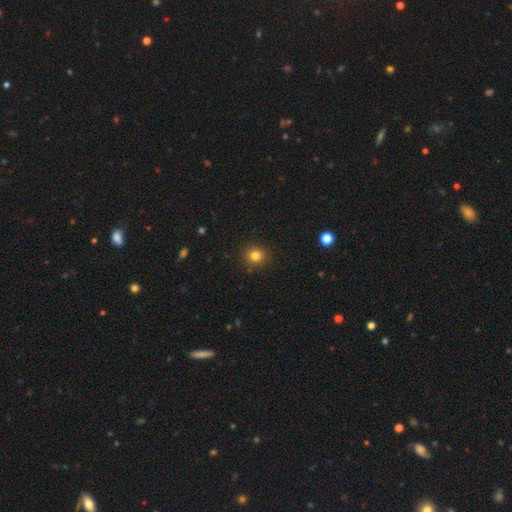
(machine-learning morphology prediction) A smooth galaxy with no disk features (81%) that is round (88%).

Vote fractions:
- Smooth or featured? smooth: 81% / star or artifact: 13% / featured or disk: 6%
- How rounded? round: 88% / in between: 11% / cigar-shaped: 1%
- Merging? none: 90% / minor disturbance: 7% / major disturbance: 2% / merger: 2%